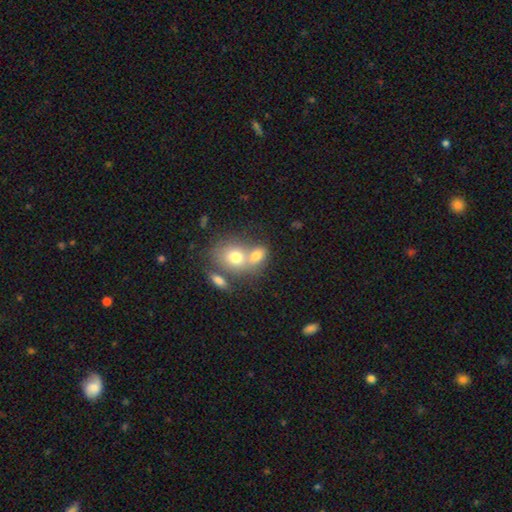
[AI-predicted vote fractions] Morphology: type=smooth (73%); roundness=in between (56%); merging=merger (60%).